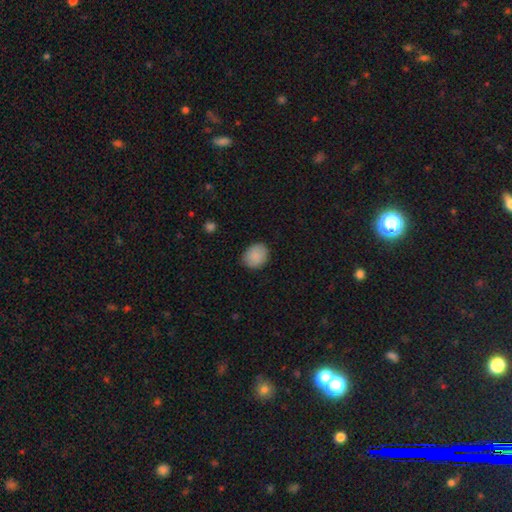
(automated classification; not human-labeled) Smooth or featured?
  - smooth: 88% *
  - star or artifact: 7%
  - featured or disk: 5%
How rounded?
  - round: 55% *
  - in between: 44%
  - cigar-shaped: 1%
Merging?
  - none: 85% *
  - minor disturbance: 12%
  - major disturbance: 2%
  - merger: 1%